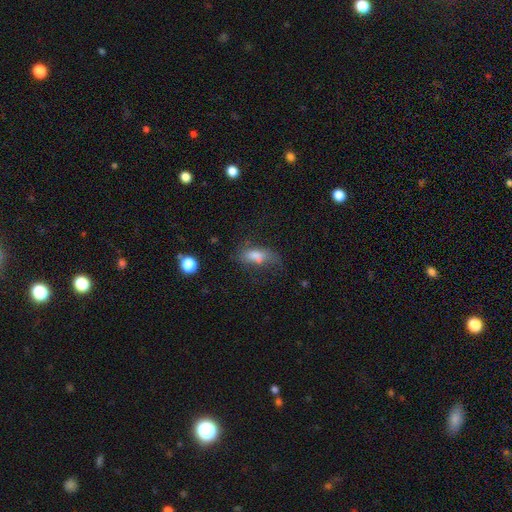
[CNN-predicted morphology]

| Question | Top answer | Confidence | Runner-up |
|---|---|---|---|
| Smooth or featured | smooth | 62% | featured or disk (25%) |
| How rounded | in between | 77% | cigar-shaped (17%) |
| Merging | none | 40% | major disturbance (28%) |